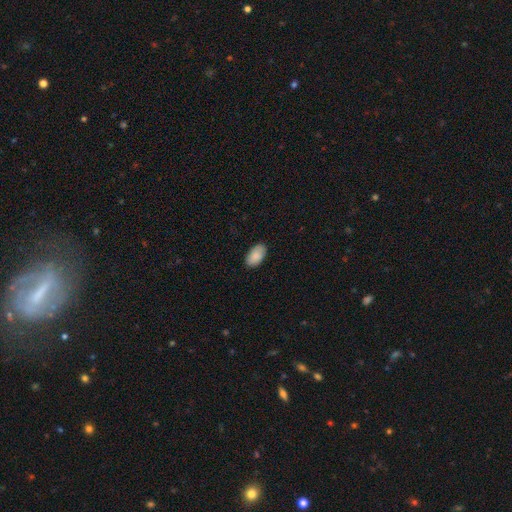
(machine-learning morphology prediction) smooth 89%, star or artifact 6%, featured or disk 5%. Down the decision tree: how rounded — in between (95%); merging — none (87%).